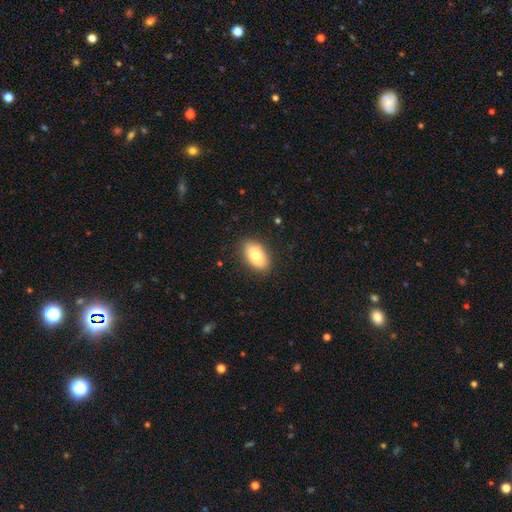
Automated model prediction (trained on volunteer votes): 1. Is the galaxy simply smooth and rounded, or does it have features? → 78% smooth, 15% featured or disk, 7% star or artifact.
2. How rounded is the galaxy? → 92% in between, 7% round, 2% cigar-shaped.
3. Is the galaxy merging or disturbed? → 86% none, 10% minor disturbance, 2% major disturbance, 1% merger.